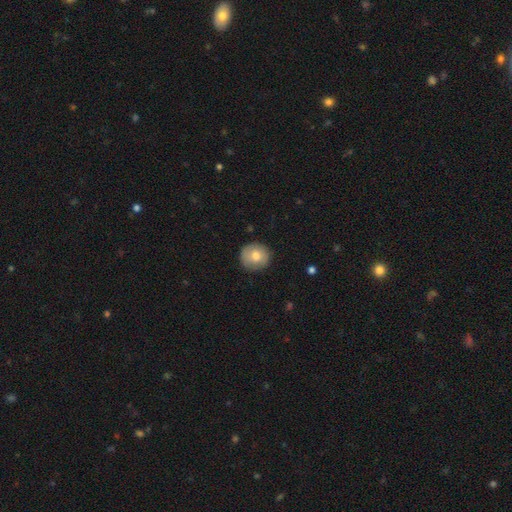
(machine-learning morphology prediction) A smooth galaxy with no disk features (72%) that is round (90%).

Vote fractions:
- Smooth or featured? smooth: 72% / featured or disk: 20% / star or artifact: 7%
- How rounded? round: 90% / in between: 9% / cigar-shaped: 1%
- Merging? none: 85% / minor disturbance: 11% / major disturbance: 2% / merger: 1%